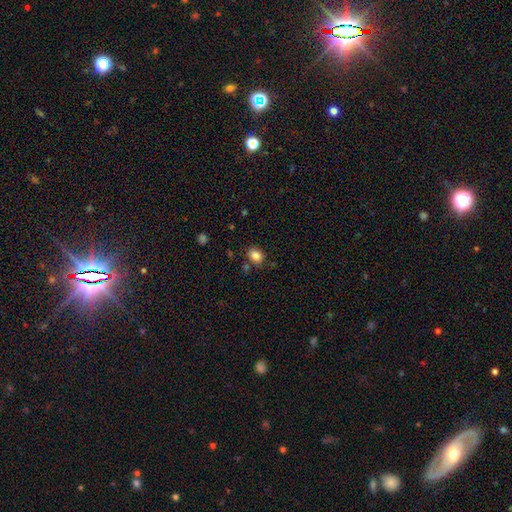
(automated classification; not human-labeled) A smooth galaxy with no disk features (84%) that is in between round and cigar-shaped (54%).

Vote fractions:
- Smooth or featured? smooth: 84% / star or artifact: 10% / featured or disk: 6%
- How rounded? in between: 54% / round: 45% / cigar-shaped: 1%
- Merging? none: 80% / minor disturbance: 12% / merger: 5% / major disturbance: 3%